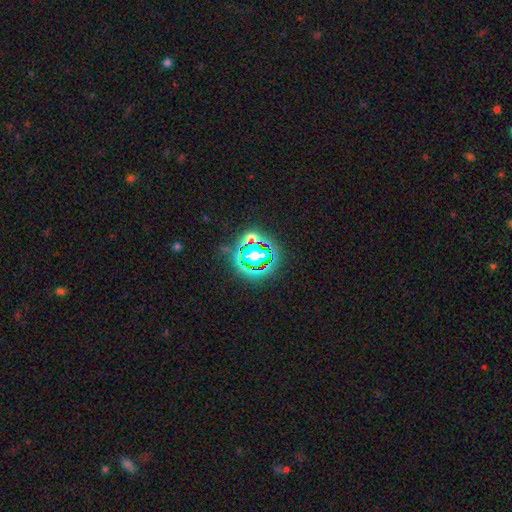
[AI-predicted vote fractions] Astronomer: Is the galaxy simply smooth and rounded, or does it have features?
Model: star or artifact — 59%.